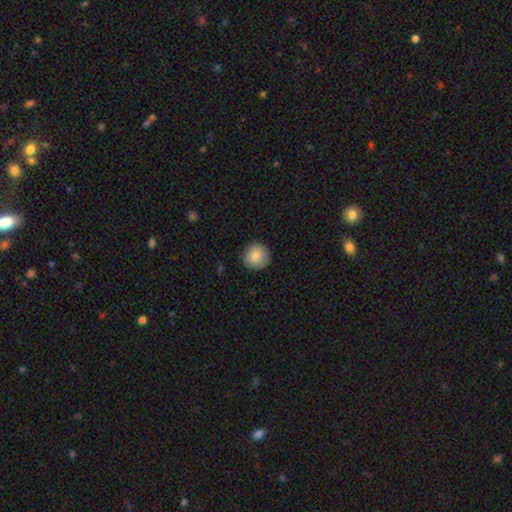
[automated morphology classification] type=smooth (83%); roundness=round (93%); merging=none (89%).